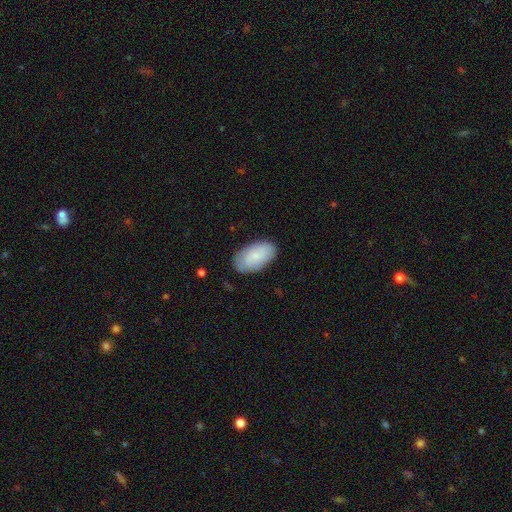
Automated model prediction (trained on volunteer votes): smooth-or-featured: smooth: 73% | featured or disk: 20% | star or artifact: 6%
  how-rounded: in between: 95% | round: 4% | cigar-shaped: 2%
  merging: none: 78% | minor disturbance: 18% | major disturbance: 4% | merger: 1%